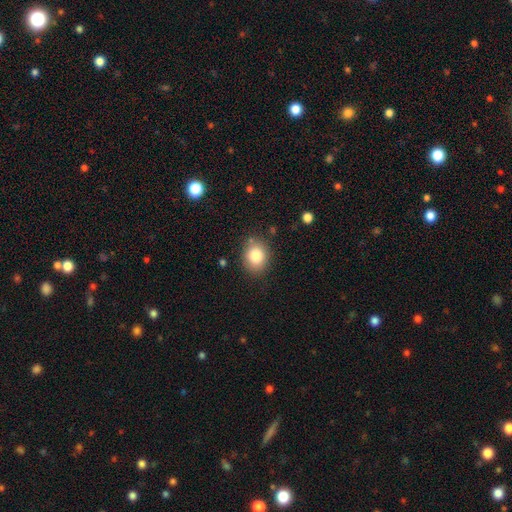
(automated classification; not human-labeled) Smooth or featured?
  - smooth: 83% *
  - star or artifact: 10%
  - featured or disk: 8%
How rounded?
  - round: 56% *
  - in between: 43%
  - cigar-shaped: 1%
Merging?
  - none: 84% *
  - minor disturbance: 11%
  - major disturbance: 3%
  - merger: 2%